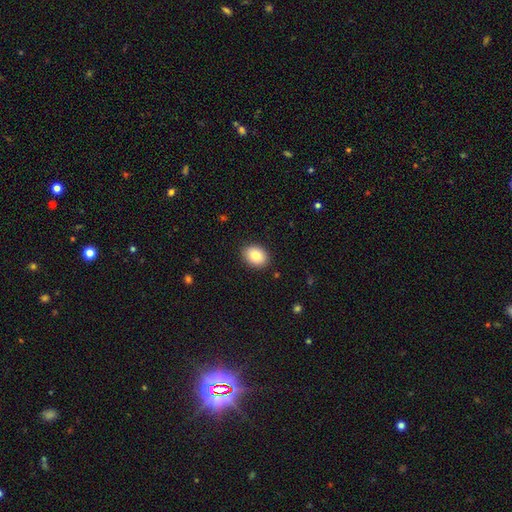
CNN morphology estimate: The model was most divided on "how rounded": in between: 68%, round: 32%, cigar-shaped: 1%. More confident: merging — none (88%); smooth or featured — smooth (87%).